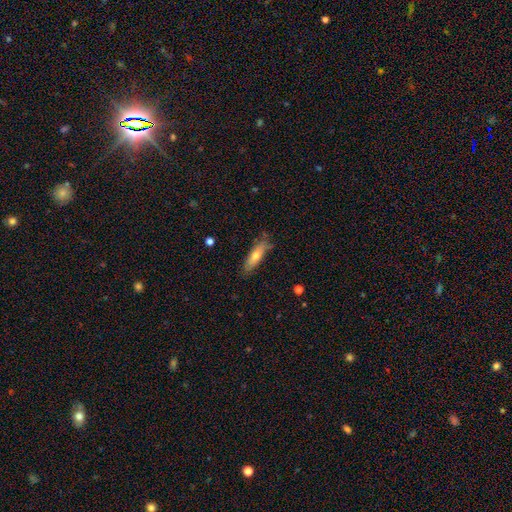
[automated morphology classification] smooth-or-featured: smooth: 65% | featured or disk: 28% | star or artifact: 6%
  how-rounded: cigar-shaped: 58% | in between: 40% | round: 2%
  merging: none: 75% | minor disturbance: 19% | major disturbance: 4% | merger: 2%